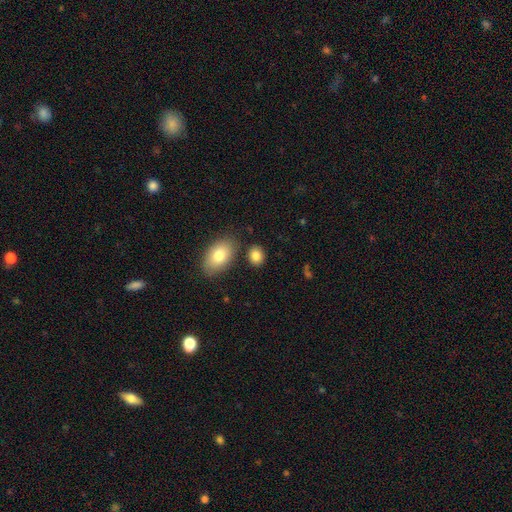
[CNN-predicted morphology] smooth_or_featured: smooth (p=0.83) [alt: star or artifact p=0.09]
how_rounded: in between (p=0.59) [alt: round p=0.40]
merging: none (p=0.79) [alt: minor disturbance p=0.10]